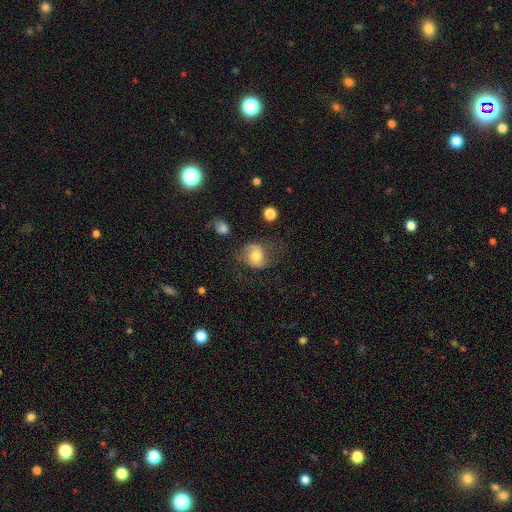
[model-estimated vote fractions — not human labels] Smooth or featured? Predicted: smooth (p=0.48). Merging? Predicted: none (p=0.59).